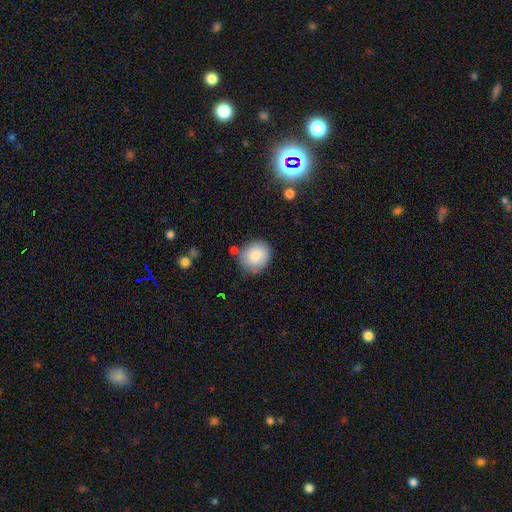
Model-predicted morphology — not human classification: Smooth or featured: smooth — 84% (featured or disk — 8%)
How rounded: round — 71% (in between — 28%)
Merging: none — 77% (minor disturbance — 14%)